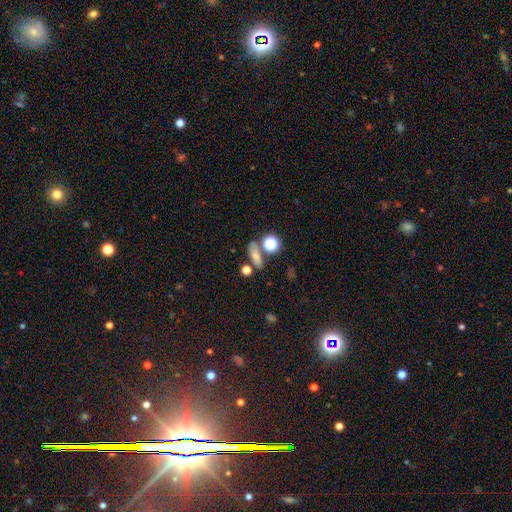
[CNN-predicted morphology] smooth_or_featured: smooth (p=0.67) [alt: star or artifact p=0.20]
how_rounded: in between (p=0.56) [alt: round p=0.23]
merging: none (p=0.59) [alt: merger p=0.20]